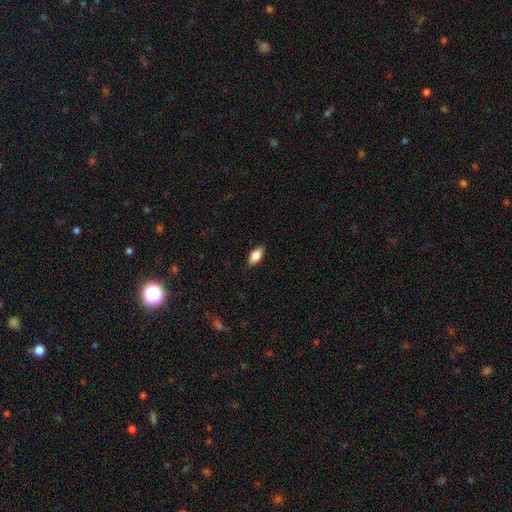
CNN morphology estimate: Smooth or featured: smooth — 79% (featured or disk — 15%)
How rounded: in between — 89% (cigar-shaped — 7%)
Merging: none — 88% (minor disturbance — 9%)